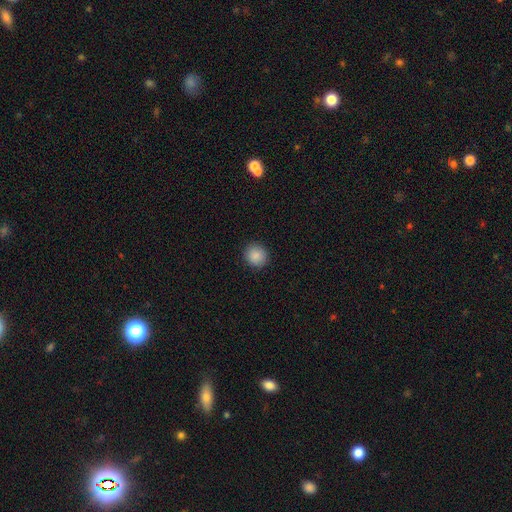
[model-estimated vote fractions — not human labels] Morphology: type=smooth (88%); roundness=round (89%); merging=none (91%).